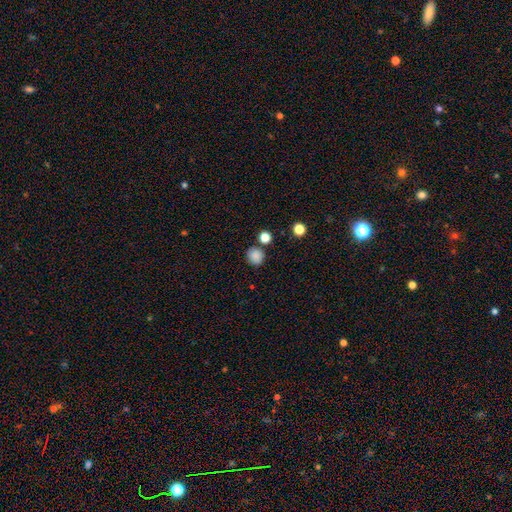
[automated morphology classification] This appears to be a smooth galaxy with no disk features (85%) that is round (88%). Merging: none (81%).